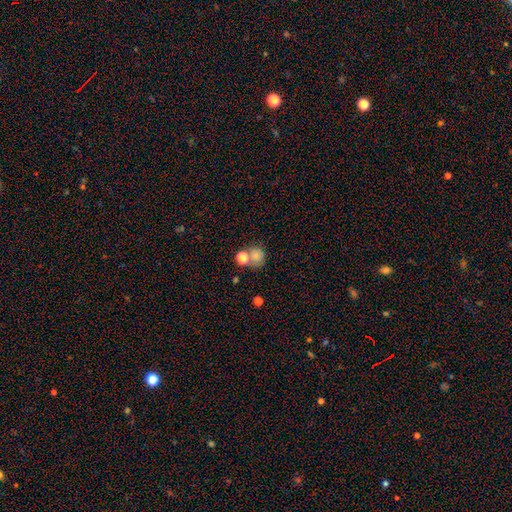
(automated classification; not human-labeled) Smooth or featured? Predicted: smooth (p=0.77). How rounded? Predicted: round (p=0.80). Merging? Predicted: none (p=0.51).